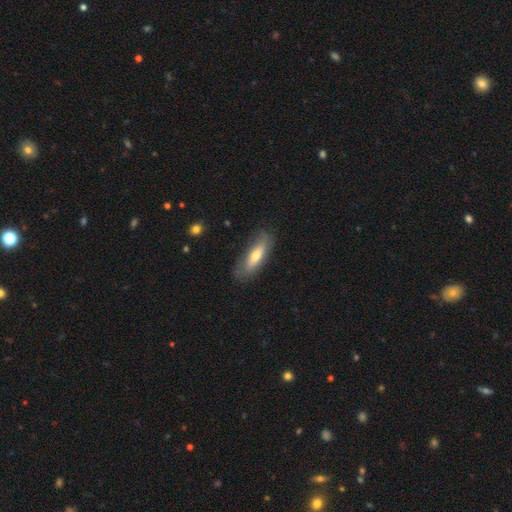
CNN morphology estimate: type=smooth (61%); roundness=cigar-shaped (52%); merging=none (77%).